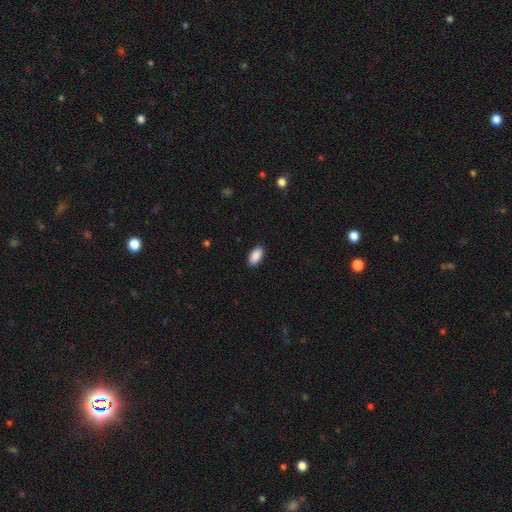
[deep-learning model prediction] Smooth or featured?
  - smooth: 91% *
  - star or artifact: 7%
  - featured or disk: 3%
How rounded?
  - in between: 94% *
  - cigar-shaped: 3%
  - round: 3%
Merging?
  - none: 89% *
  - minor disturbance: 8%
  - major disturbance: 2%
  - merger: 1%